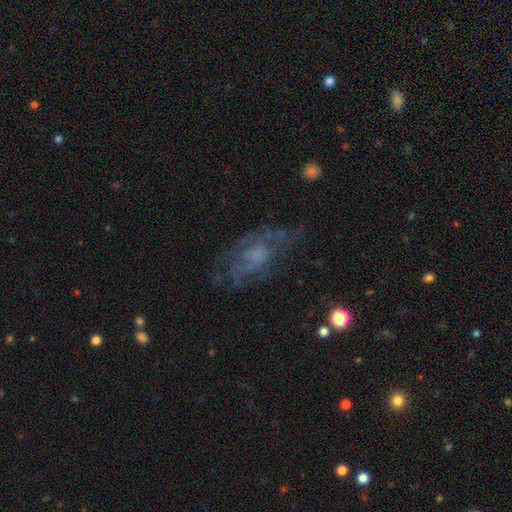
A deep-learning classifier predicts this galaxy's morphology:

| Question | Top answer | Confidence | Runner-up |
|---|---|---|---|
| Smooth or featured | featured or disk | 56% | smooth (29%) |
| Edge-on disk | no | 92% | yes (8%) |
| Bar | no | 80% | weak (17%) |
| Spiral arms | no | 55% | yes (45%) |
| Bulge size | none | 42% | moderate (24%) |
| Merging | none | 50% | major disturbance (25%) |